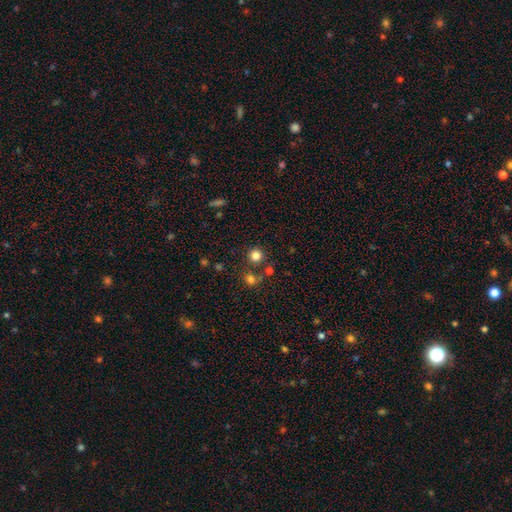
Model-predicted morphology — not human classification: smooth_or_featured: smooth (p=0.81) [alt: star or artifact p=0.13]
how_rounded: round (p=0.94) [alt: in between p=0.05]
merging: none (p=0.79) [alt: merger p=0.11]